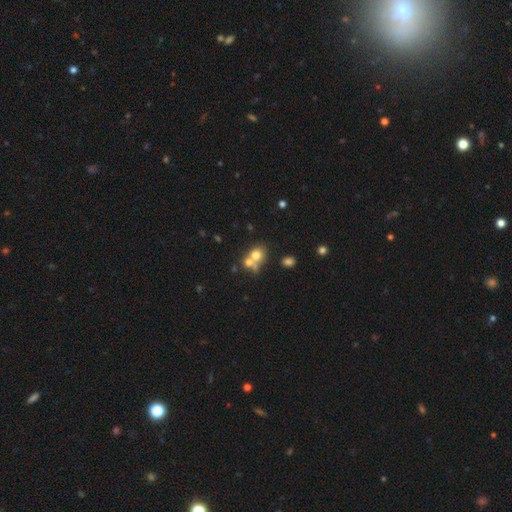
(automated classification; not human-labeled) Smooth or featured? smooth (70%)
How rounded? round (71%)
Merging? merger (53%)